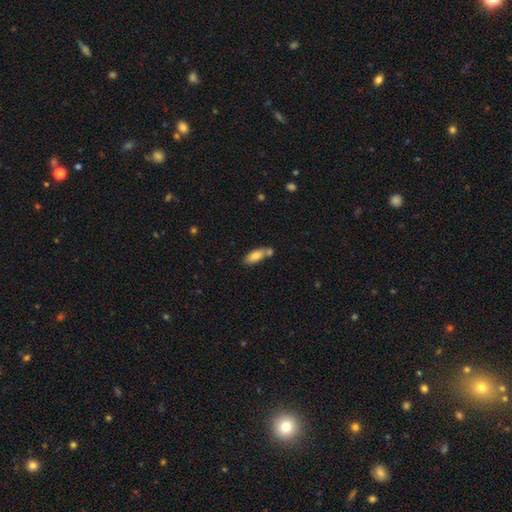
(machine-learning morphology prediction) A smooth galaxy with no disk features (79%) that is in between round and cigar-shaped (77%). Merging: none (47%).